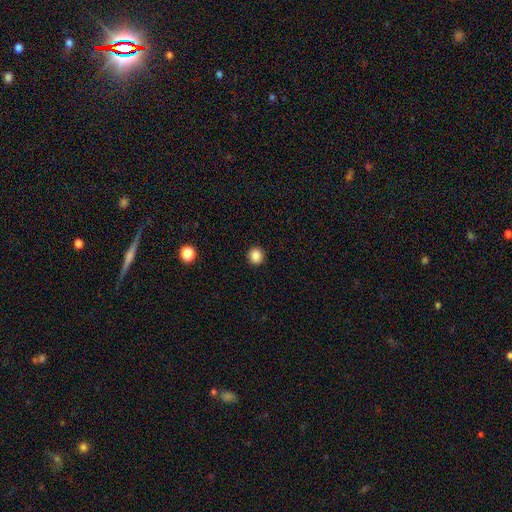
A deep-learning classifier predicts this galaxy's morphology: This is clearly a smooth galaxy (87%). How rounded: clearly round (88%). Merging: clearly none (92%).